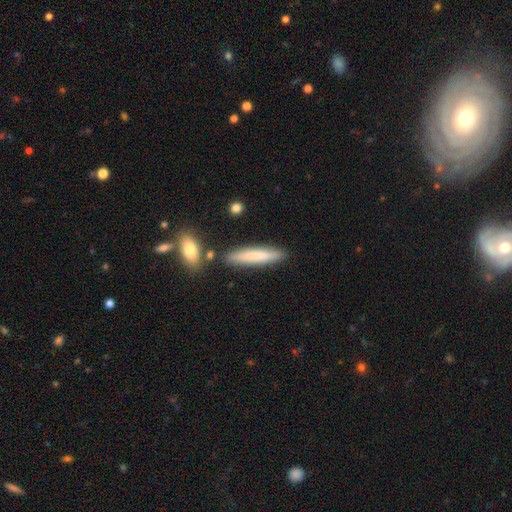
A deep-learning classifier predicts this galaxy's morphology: Smooth or featured? Predicted: smooth (p=0.76). How rounded? Predicted: cigar-shaped (p=0.88). Merging? Predicted: none (p=0.83).